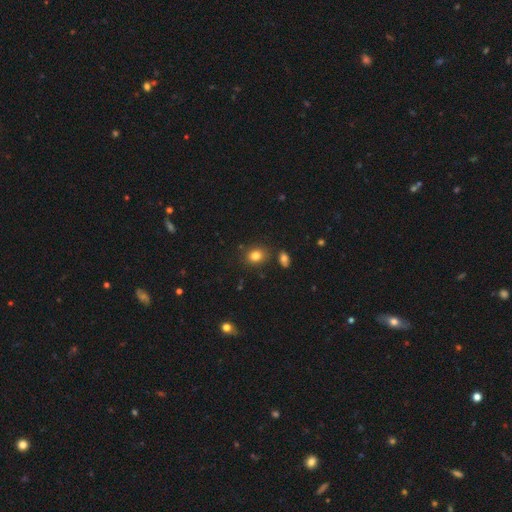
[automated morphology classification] This appears to be a smooth galaxy with no disk features (81%) that is round (58%). Merging: none (82%).